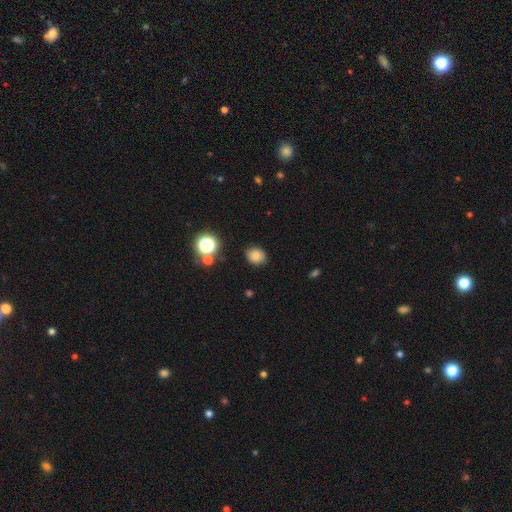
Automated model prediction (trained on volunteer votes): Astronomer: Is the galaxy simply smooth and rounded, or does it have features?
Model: smooth — 80%.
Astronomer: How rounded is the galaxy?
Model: round — 61% (runner-up: in between, 38%).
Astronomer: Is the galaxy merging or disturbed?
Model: none — 84%.